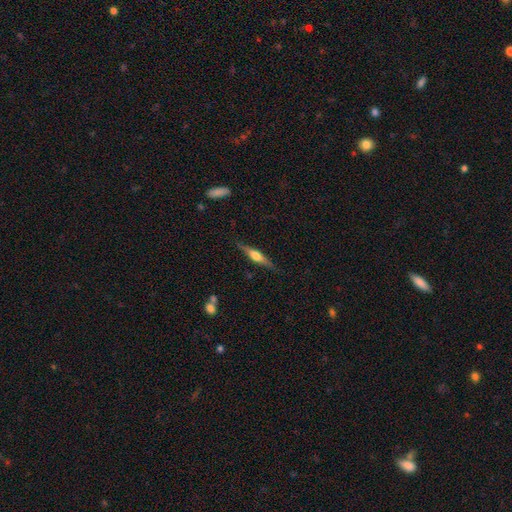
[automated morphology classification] featured or disk 64%, smooth 30%, star or artifact 6%. Down the decision tree: edge-on disk — yes (96%); edge-on bulge — rounded (85%); merging — none (84%).